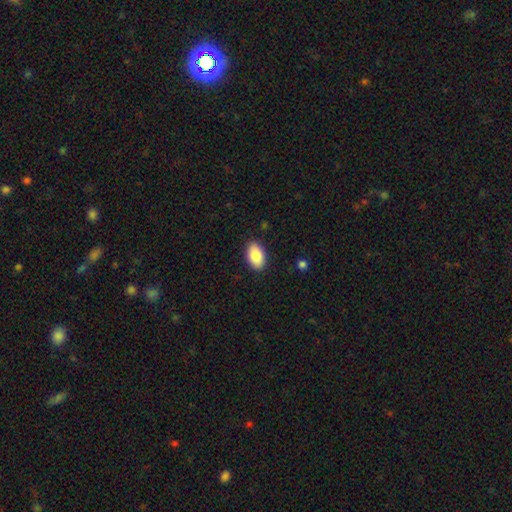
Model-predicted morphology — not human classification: Smooth or featured: smooth — 85% (featured or disk — 8%)
How rounded: in between — 93% (round — 5%)
Merging: none — 89% (minor disturbance — 8%)